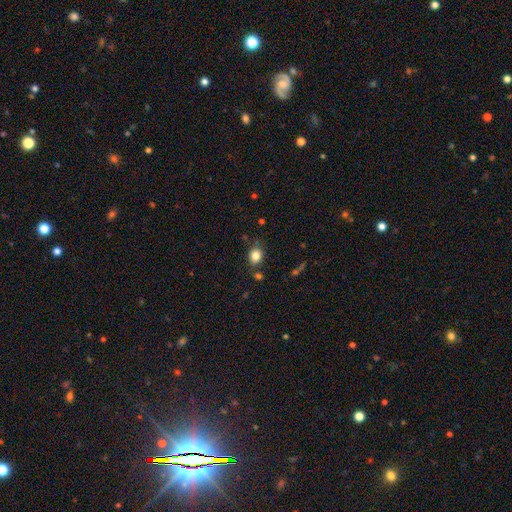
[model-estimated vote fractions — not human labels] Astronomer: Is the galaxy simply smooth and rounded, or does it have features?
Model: smooth — 83%.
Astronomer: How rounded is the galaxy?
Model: in between — 51% (runner-up: round, 48%).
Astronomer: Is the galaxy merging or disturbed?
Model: none — 77%.